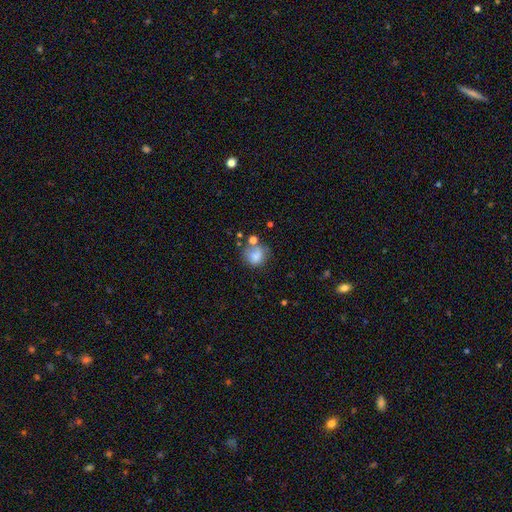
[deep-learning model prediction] Overall: smooth (76%). How rounded: round (72%). Merging: none (44%; minor disturbance 23%).